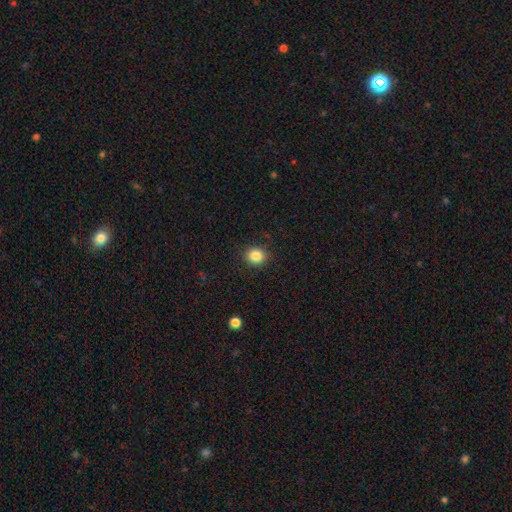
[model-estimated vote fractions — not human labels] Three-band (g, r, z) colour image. It shows a smooth galaxy with no disk features (86%) that is round (82%). Merging: none (90%).